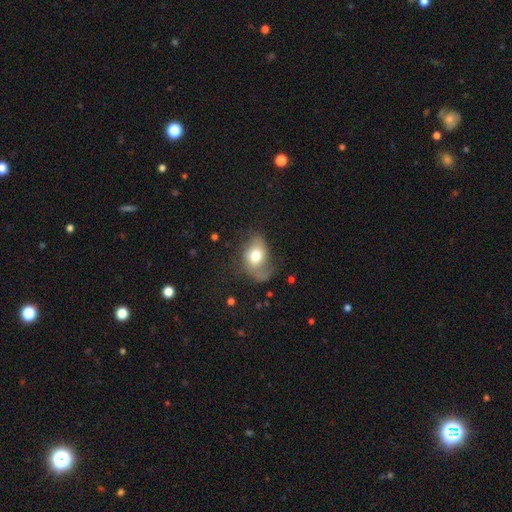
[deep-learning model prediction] This appears to be a smooth galaxy with no disk features (59%) that is in between round and cigar-shaped (72%). Merging: none (40%).